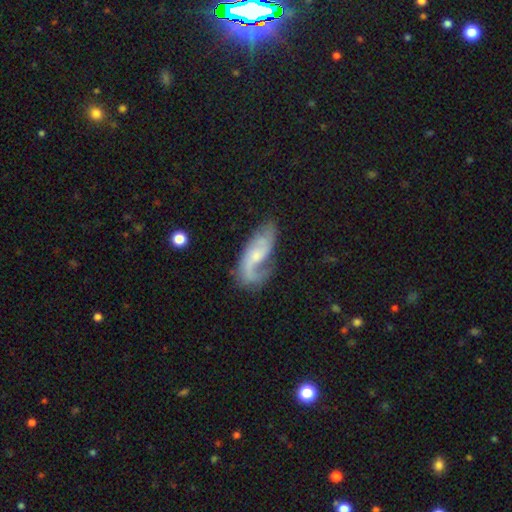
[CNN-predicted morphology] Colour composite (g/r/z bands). It shows a featured or disk galaxy (76%) with no bar (54%), 2 (61%) loose (44%) spiral arms (92%) and a small central bulge (53%). Merging: none (51%).